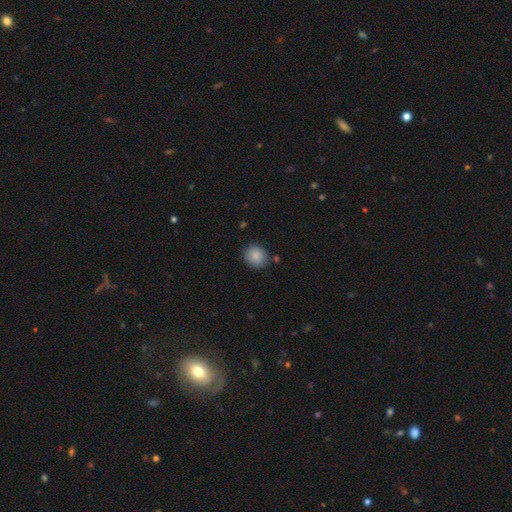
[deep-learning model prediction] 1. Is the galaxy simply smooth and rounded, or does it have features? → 87% smooth, 8% star or artifact, 5% featured or disk.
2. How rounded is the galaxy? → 80% round, 20% in between, 1% cigar-shaped.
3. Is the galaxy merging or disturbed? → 84% none, 11% minor disturbance, 3% merger, 2% major disturbance.